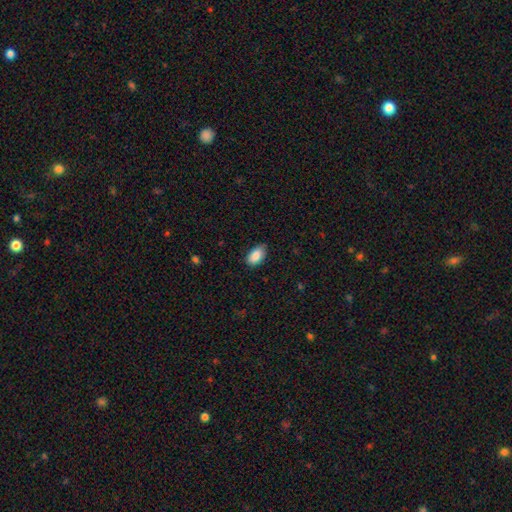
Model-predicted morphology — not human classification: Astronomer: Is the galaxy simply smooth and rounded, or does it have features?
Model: smooth — 88%.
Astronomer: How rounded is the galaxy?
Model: in between — 93%.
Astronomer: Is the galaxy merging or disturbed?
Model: none — 78%.